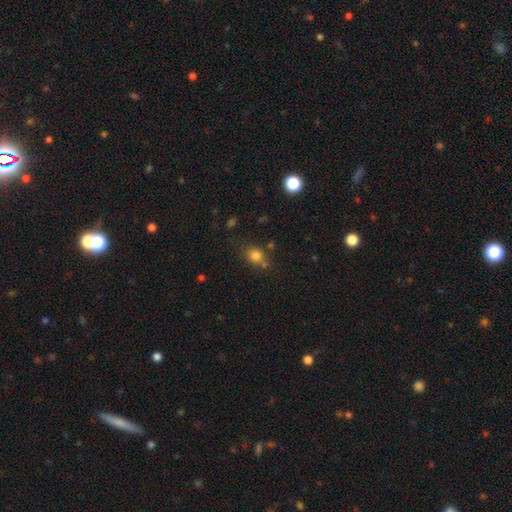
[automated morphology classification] smooth_or_featured: smooth (p=0.80) [alt: star or artifact p=0.13]
how_rounded: round (p=0.65) [alt: in between p=0.34]
merging: none (p=0.66) [alt: minor disturbance p=0.16]